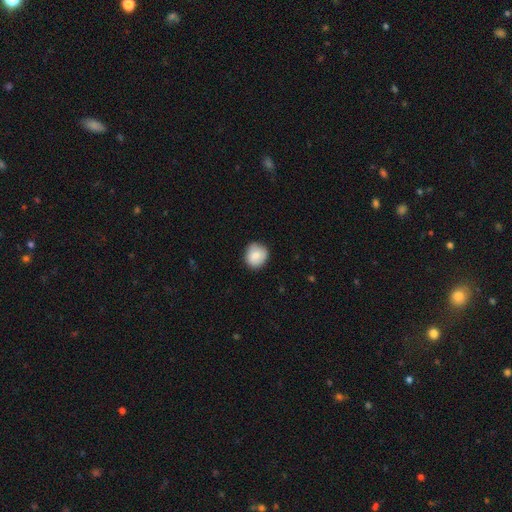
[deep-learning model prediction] A smooth galaxy with no disk features (83%) that is round (79%).

Vote fractions:
- Smooth or featured? smooth: 83% / featured or disk: 10% / star or artifact: 7%
- How rounded? round: 79% / in between: 20% / cigar-shaped: 1%
- Merging? none: 82% / minor disturbance: 14% / major disturbance: 3% / merger: 1%